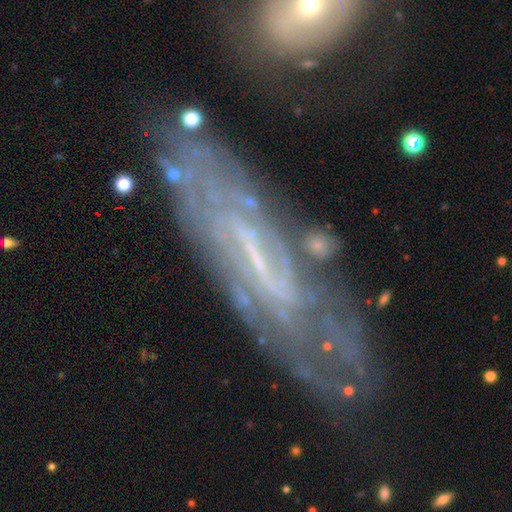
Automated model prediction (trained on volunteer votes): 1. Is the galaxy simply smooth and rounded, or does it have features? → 75% featured or disk, 16% smooth, 9% star or artifact.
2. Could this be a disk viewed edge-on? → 74% no, 26% yes.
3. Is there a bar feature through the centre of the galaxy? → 37% weak, 33% strong, 30% no.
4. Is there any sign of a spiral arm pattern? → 71% yes, 29% no.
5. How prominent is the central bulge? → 50% small, 30% none, 16% moderate, 2% large, 1% dominant.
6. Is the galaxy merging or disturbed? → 65% none, 20% minor disturbance, 10% major disturbance, 5% merger.